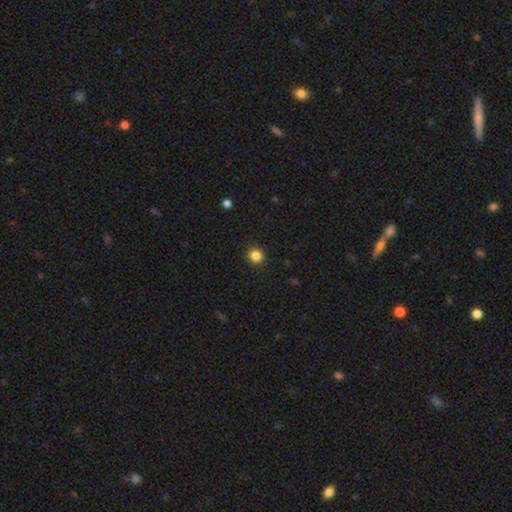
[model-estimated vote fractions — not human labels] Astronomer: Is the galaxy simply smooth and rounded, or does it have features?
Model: smooth — 85%.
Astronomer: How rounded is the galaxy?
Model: round — 92%.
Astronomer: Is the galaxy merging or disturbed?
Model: none — 91%.